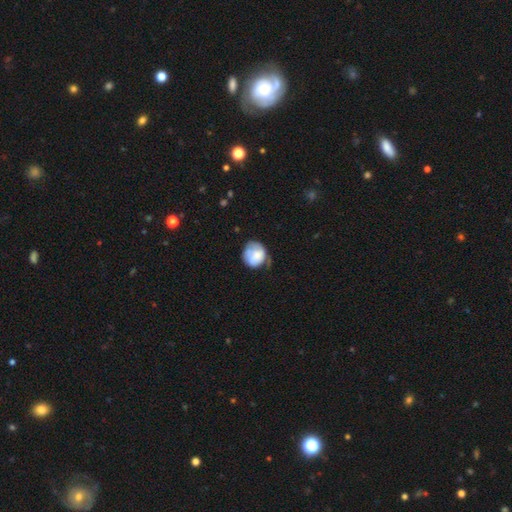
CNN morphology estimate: type=smooth (66%); roundness=round (77%); merging=none (46%).